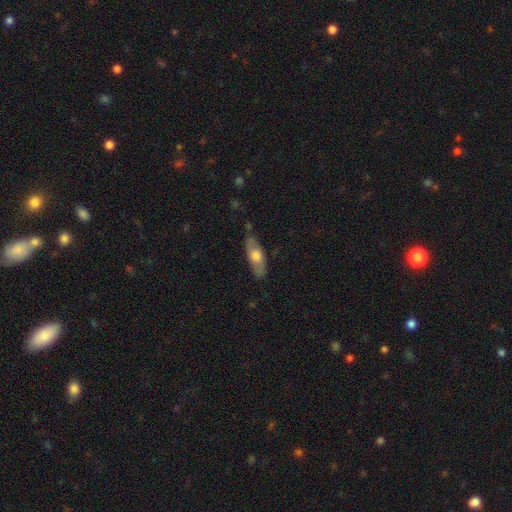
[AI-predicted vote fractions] A smooth galaxy with no disk features (54%) that is in between round and cigar-shaped (67%).

Vote fractions:
- Smooth or featured? smooth: 54% / featured or disk: 40% / star or artifact: 5%
- How rounded? in between: 67% / cigar-shaped: 30% / round: 3%
- Merging? none: 79% / minor disturbance: 16% / major disturbance: 3% / merger: 2%